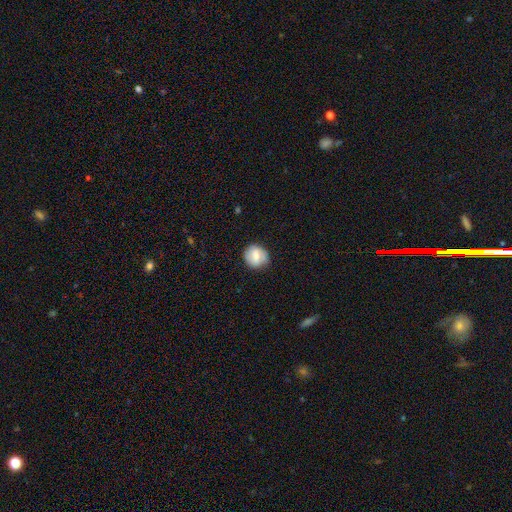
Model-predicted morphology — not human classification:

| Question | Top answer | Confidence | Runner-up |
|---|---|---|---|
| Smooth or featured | smooth | 68% | featured or disk (25%) |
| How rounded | round | 84% | in between (15%) |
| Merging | none | 83% | minor disturbance (13%) |